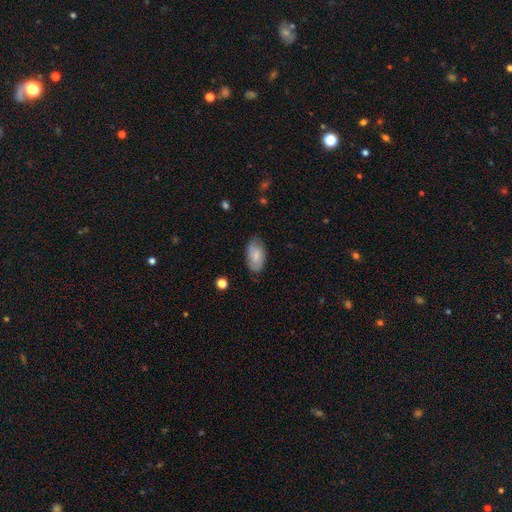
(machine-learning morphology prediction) A smooth galaxy with no disk features (67%) that is in between round and cigar-shaped (93%). Merging: none (74%).